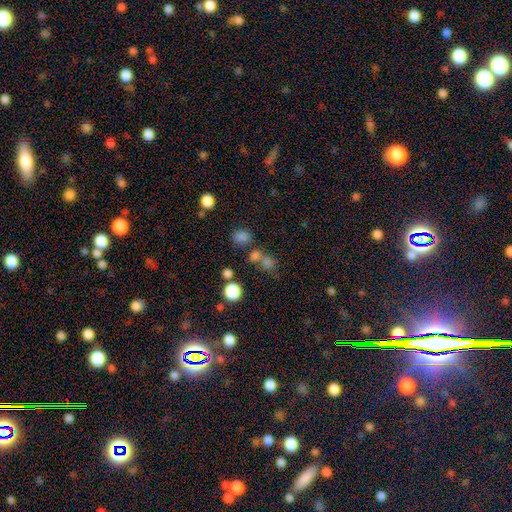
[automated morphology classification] smooth 53%, star or artifact 37%, featured or disk 10%. Down the decision tree: how rounded — round (71%); merging — none (54%).